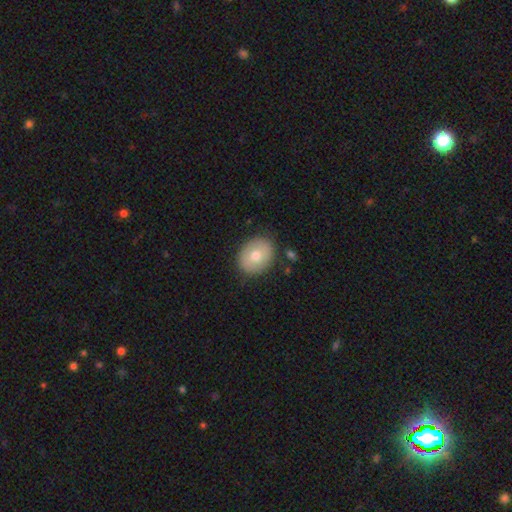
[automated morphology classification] Smooth or featured? smooth (71%)
How rounded? in between (53%)
Merging? none (84%)